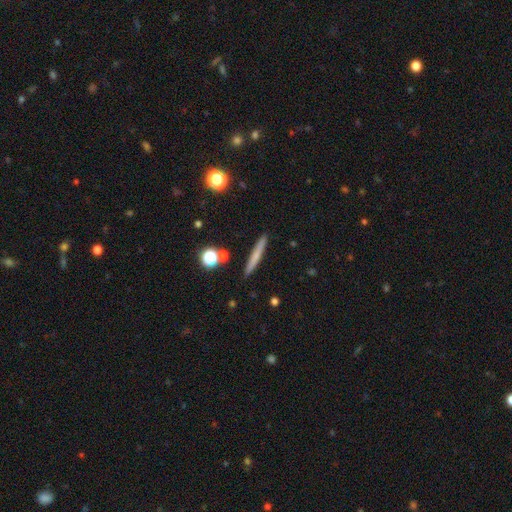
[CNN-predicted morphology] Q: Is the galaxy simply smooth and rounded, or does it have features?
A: smooth — 62%.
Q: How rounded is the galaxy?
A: cigar-shaped — 94%.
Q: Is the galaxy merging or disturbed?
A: none — 90%.